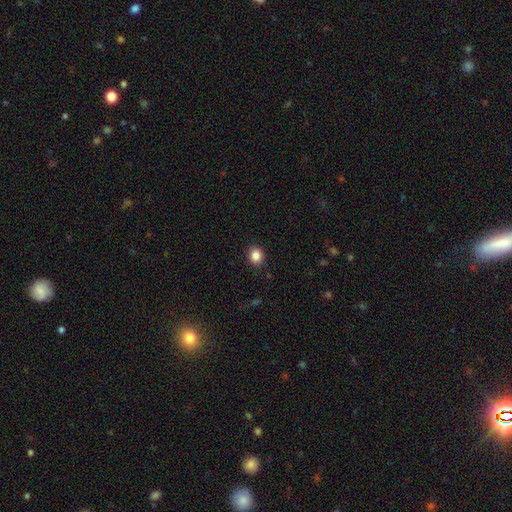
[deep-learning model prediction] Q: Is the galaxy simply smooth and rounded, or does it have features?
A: smooth — 86%.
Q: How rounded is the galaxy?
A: round — 66%.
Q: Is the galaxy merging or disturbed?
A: none — 90%.